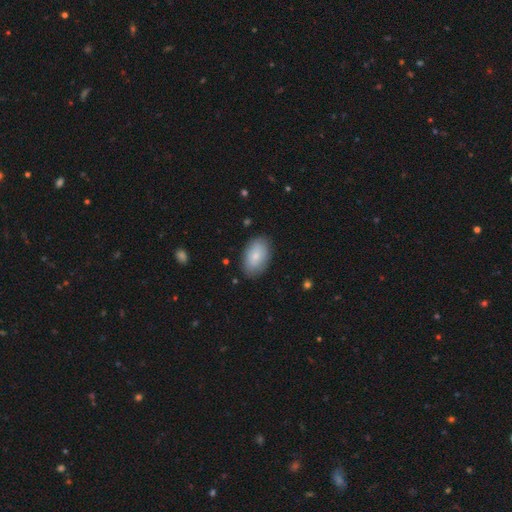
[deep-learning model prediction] A smooth galaxy with no disk features (78%) that is in between round and cigar-shaped (92%). Merging: none (83%).